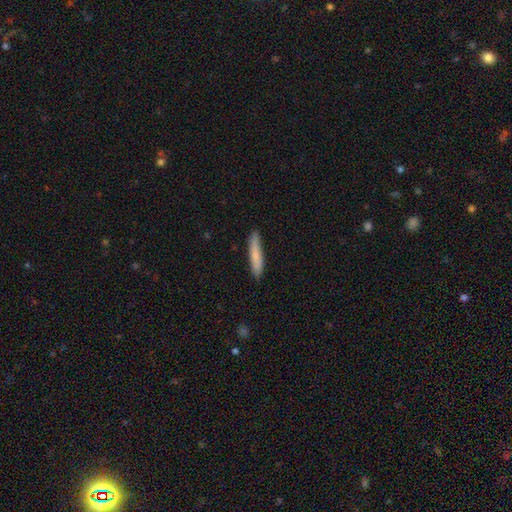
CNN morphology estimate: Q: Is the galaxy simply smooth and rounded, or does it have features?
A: smooth — 76%.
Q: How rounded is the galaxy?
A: cigar-shaped — 91%.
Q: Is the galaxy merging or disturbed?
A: none — 85%.